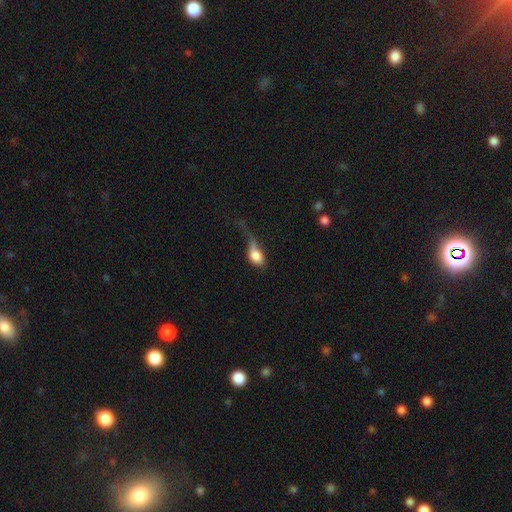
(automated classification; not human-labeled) smooth 73%, featured or disk 19%, star or artifact 8%. Down the decision tree: how rounded — in between (77%); merging — major disturbance (50%).